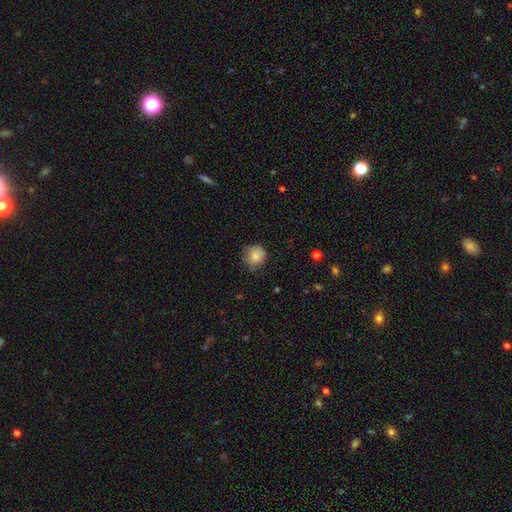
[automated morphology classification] smooth 83%, star or artifact 9%, featured or disk 7%. Down the decision tree: how rounded — round (84%); merging — none (71%).